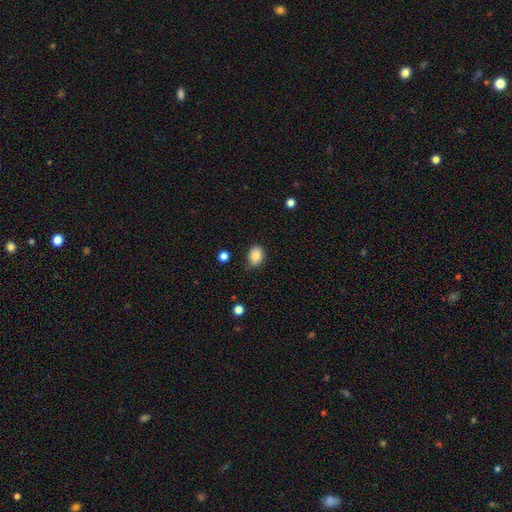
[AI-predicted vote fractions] Smooth or featured? Predicted: smooth (p=0.83). How rounded? Predicted: in between (p=0.74). Merging? Predicted: none (p=0.72).